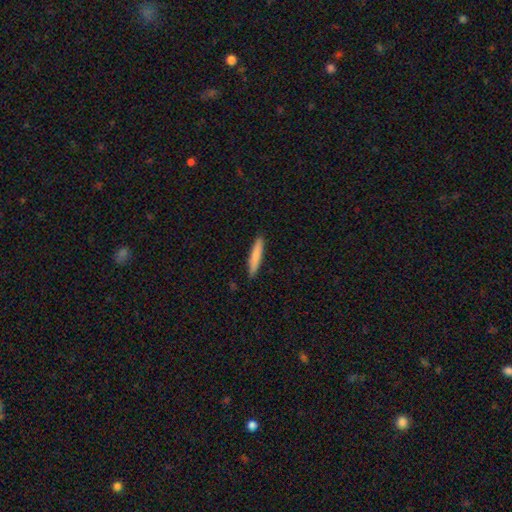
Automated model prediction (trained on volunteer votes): A smooth galaxy with no disk features (81%) that is cigar-shaped (91%).

Vote fractions:
- Smooth or featured? smooth: 81% / featured or disk: 14% / star or artifact: 5%
- How rounded? cigar-shaped: 91% / in between: 7% / round: 1%
- Merging? none: 90% / minor disturbance: 7% / major disturbance: 1% / merger: 1%